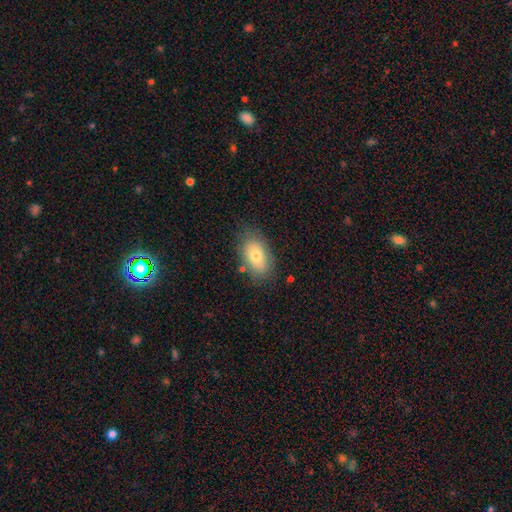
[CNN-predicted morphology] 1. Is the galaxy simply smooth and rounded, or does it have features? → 70% smooth, 22% featured or disk, 8% star or artifact.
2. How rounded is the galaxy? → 90% in between, 8% round, 2% cigar-shaped.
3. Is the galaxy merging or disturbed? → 77% none, 16% minor disturbance, 4% major disturbance, 2% merger.